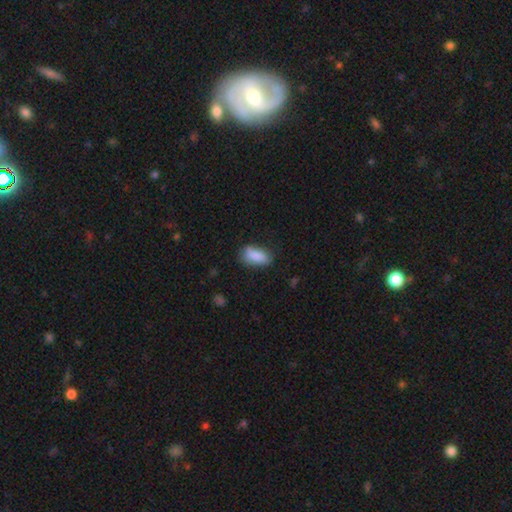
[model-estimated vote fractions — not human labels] Smooth or featured? smooth (86%)
How rounded? in between (85%)
Merging? none (70%)